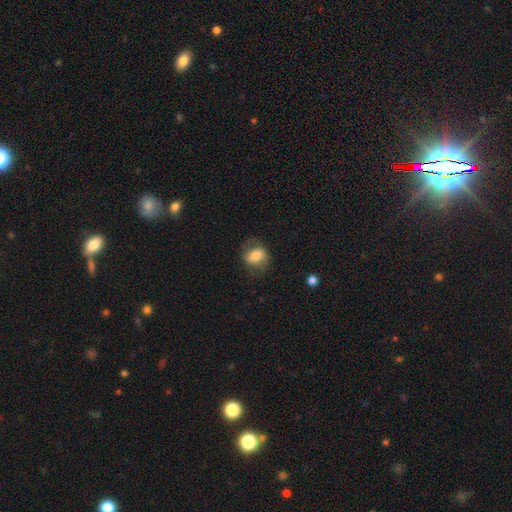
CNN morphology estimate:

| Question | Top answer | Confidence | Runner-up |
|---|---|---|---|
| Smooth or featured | smooth | 63% | featured or disk (29%) |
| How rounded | in between | 53% | round (46%) |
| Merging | none | 68% | minor disturbance (20%) |